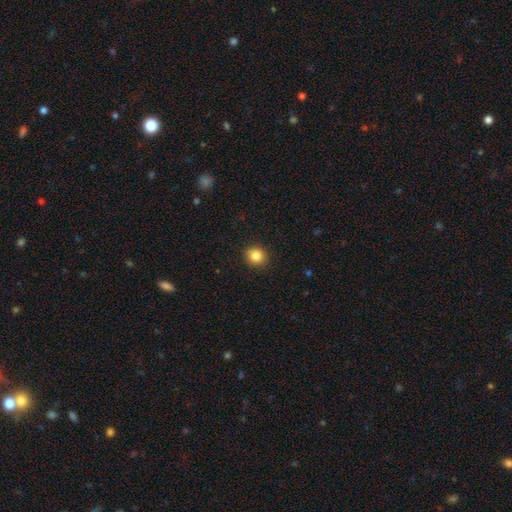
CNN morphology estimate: smooth-or-featured: smooth: 85% | star or artifact: 11% | featured or disk: 5%
  how-rounded: round: 89% | in between: 10% | cigar-shaped: 1%
  merging: none: 92% | minor disturbance: 6% | major disturbance: 2% | merger: 1%